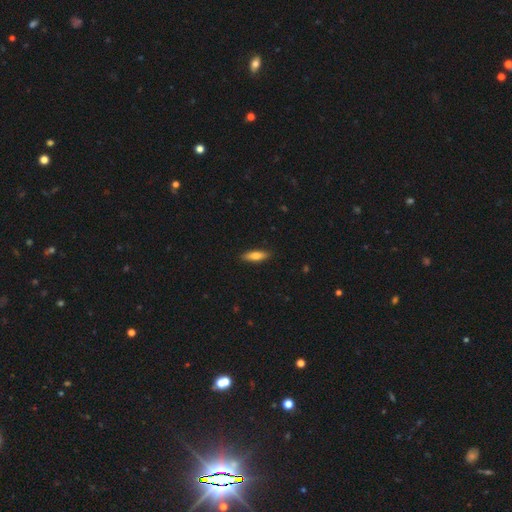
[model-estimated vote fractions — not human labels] Q: Smooth or featured?
A: smooth (77%); runner-up: featured or disk (18%)
Q: How rounded?
A: cigar-shaped (52%); runner-up: in between (46%)
Q: Merging?
A: none (89%); runner-up: minor disturbance (8%)